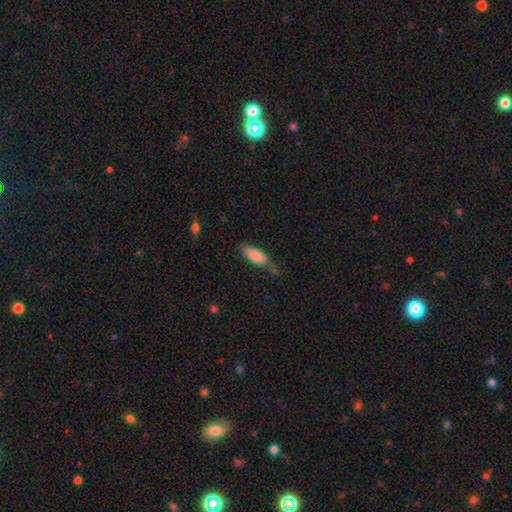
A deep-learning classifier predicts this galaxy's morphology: Overall: smooth (81%). How rounded: in between (76%). Merging: none (53%; minor disturbance 33%).